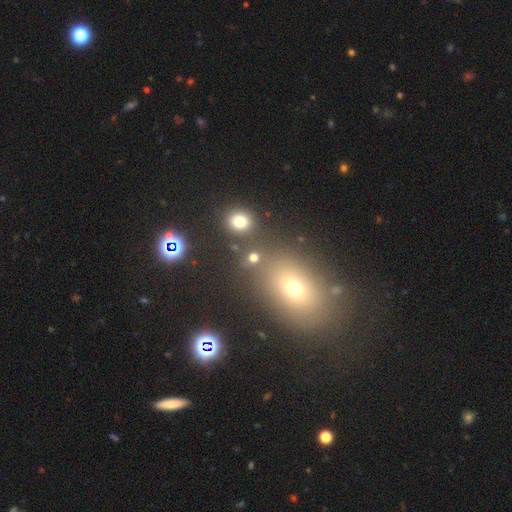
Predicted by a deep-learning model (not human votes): smooth-or-featured: smooth: 59% | star or artifact: 29% | featured or disk: 12%
  how-rounded: round: 59% | in between: 39% | cigar-shaped: 2%
  merging: none: 74% | merger: 12% | minor disturbance: 10% | major disturbance: 5%